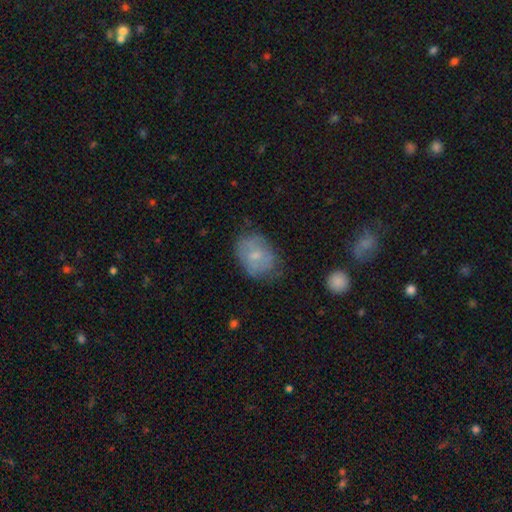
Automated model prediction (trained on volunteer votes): Q: Smooth or featured?
A: smooth (57%); runner-up: featured or disk (35%)
Q: How rounded?
A: in between (64%); runner-up: round (35%)
Q: Merging?
A: none (62%); runner-up: minor disturbance (27%)